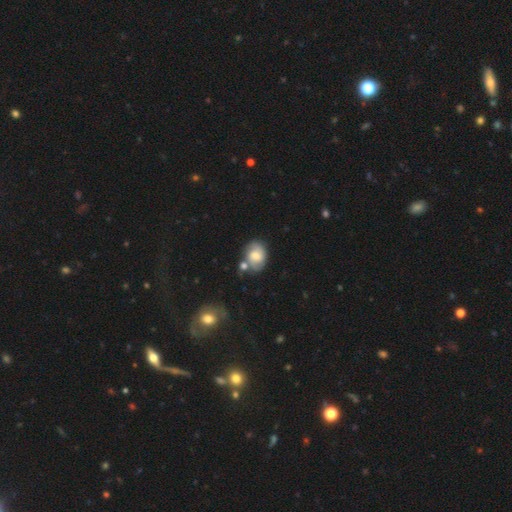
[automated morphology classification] Smooth or featured: featured or disk — 49% (smooth — 43%)
Merging: none — 55% (merger — 20%)